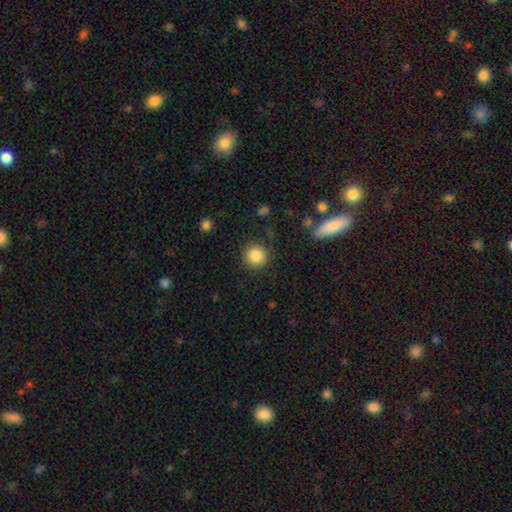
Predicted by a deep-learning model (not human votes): smooth_or_featured: smooth (p=0.86) [alt: star or artifact p=0.10]
how_rounded: round (p=0.93) [alt: in between p=0.06]
merging: none (p=0.89) [alt: minor disturbance p=0.07]